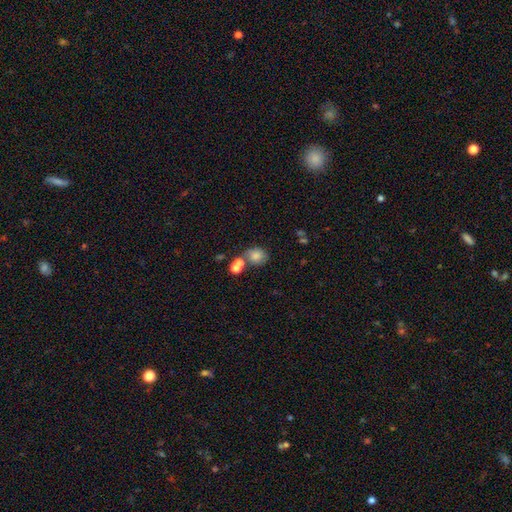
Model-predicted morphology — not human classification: type=smooth (78%); roundness=round (59%); merging=none (49%).